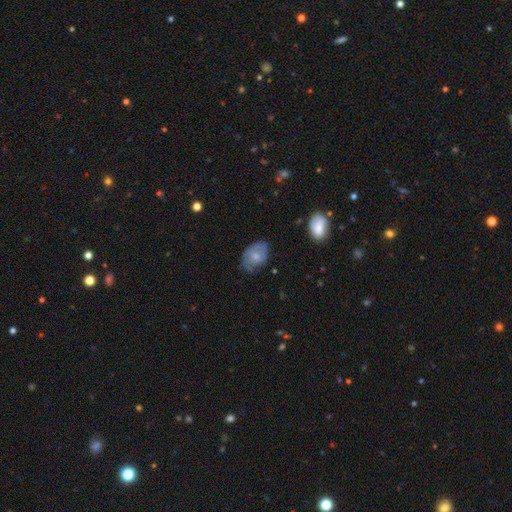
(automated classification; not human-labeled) Smooth or featured: smooth — 56% (featured or disk — 36%)
How rounded: in between — 82% (round — 16%)
Merging: none — 56% (minor disturbance — 32%)